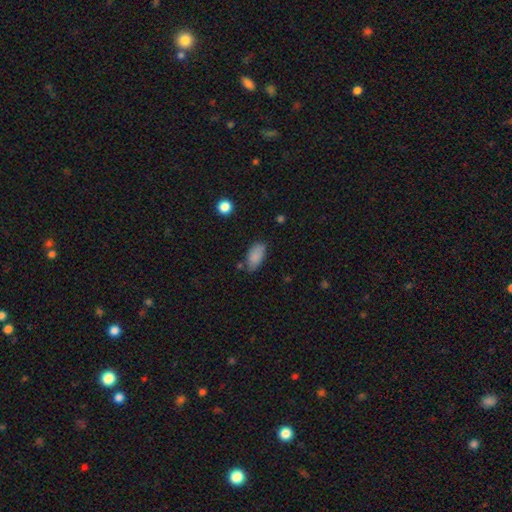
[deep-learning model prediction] Q: Smooth or featured?
A: smooth (85%); runner-up: star or artifact (8%)
Q: How rounded?
A: in between (91%); runner-up: cigar-shaped (6%)
Q: Merging?
A: none (69%); runner-up: minor disturbance (23%)